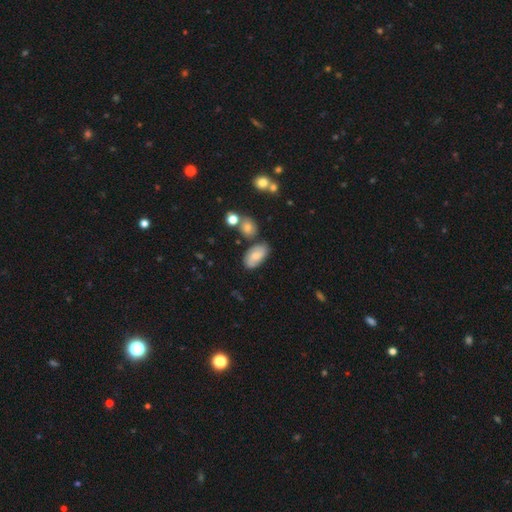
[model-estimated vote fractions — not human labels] The model was most divided on "smooth or featured": smooth: 61%, featured or disk: 30%, star or artifact: 8%. More confident: how rounded — in between (92%); merging — none (67%).